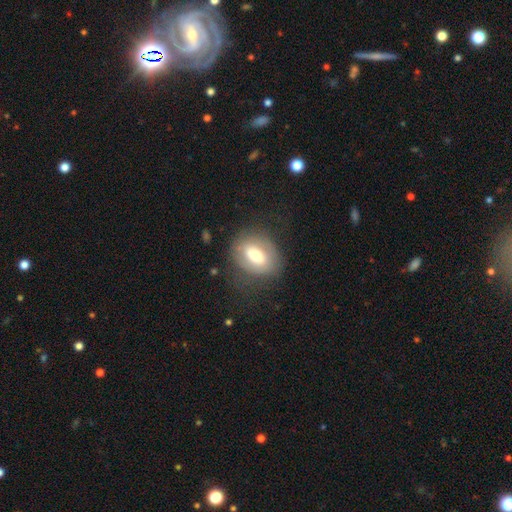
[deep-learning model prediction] A smooth galaxy with no disk features (56%) that is in between round and cigar-shaped (75%).

Vote fractions:
- Smooth or featured? smooth: 56% / featured or disk: 36% / star or artifact: 8%
- How rounded? in between: 75% / round: 22% / cigar-shaped: 2%
- Merging? none: 69% / minor disturbance: 18% / major disturbance: 11% / merger: 2%